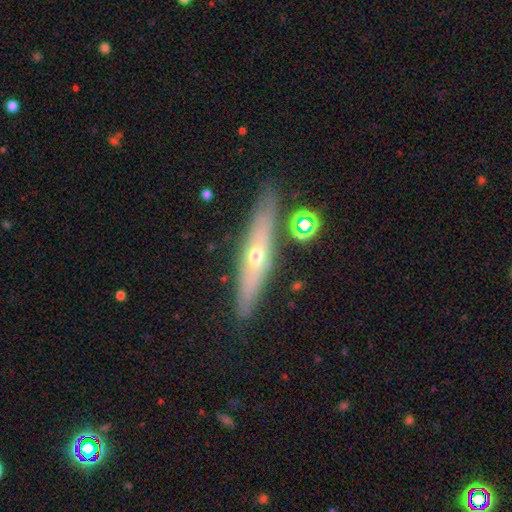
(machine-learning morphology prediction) Overall: featured or disk (63%; smooth 29%). Edge-on disk: yes (84%). Edge-on bulge: rounded (81%). Merging: none (82%).